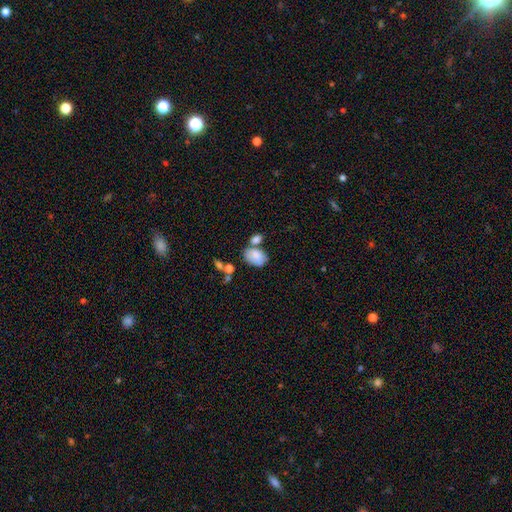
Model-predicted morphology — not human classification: The model was most divided on "merging": none: 43%, merger: 32%, minor disturbance: 18%, major disturbance: 7%. More confident: how rounded — in between (84%); smooth or featured — smooth (80%).